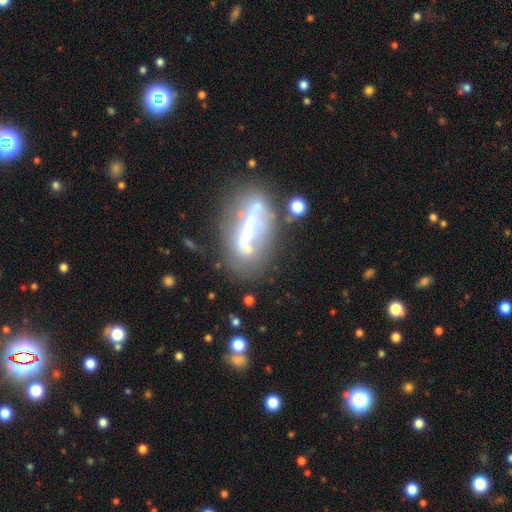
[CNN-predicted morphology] A featured or disk galaxy (58%).

Vote fractions:
- Smooth or featured? featured or disk: 58% / smooth: 30% / star or artifact: 12%
- Edge-on disk? no: 70% / yes: 30%
- Merging? none: 49% / minor disturbance: 20% / major disturbance: 17% / merger: 14%